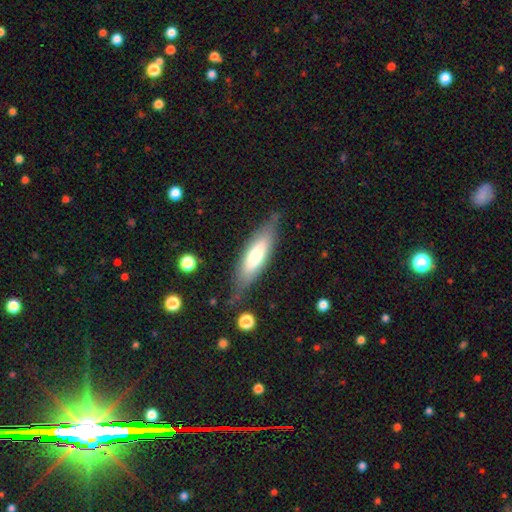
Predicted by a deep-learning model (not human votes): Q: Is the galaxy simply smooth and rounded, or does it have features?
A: smooth — 60%.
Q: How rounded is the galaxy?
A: cigar-shaped — 56%.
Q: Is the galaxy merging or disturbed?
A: none — 73%.